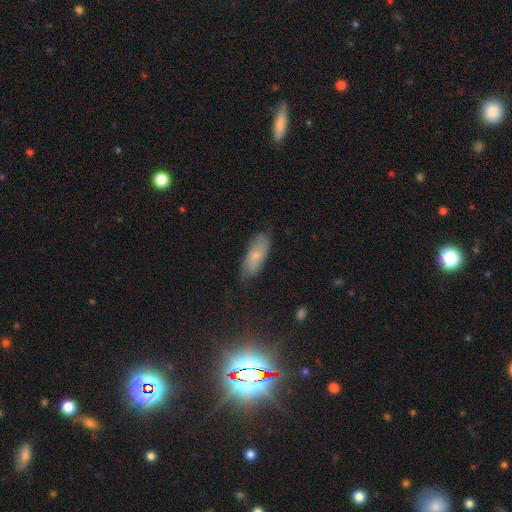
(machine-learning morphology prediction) The model was most divided on "smooth or featured": smooth: 65%, featured or disk: 26%, star or artifact: 9%. More confident: merging — none (75%); how rounded — in between (73%).